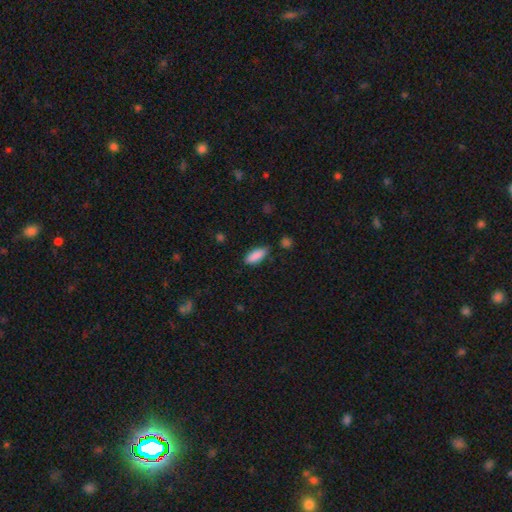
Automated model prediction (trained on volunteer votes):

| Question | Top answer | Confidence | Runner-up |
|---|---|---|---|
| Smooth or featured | smooth | 88% | star or artifact (7%) |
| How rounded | in between | 77% | cigar-shaped (21%) |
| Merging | none | 75% | minor disturbance (19%) |